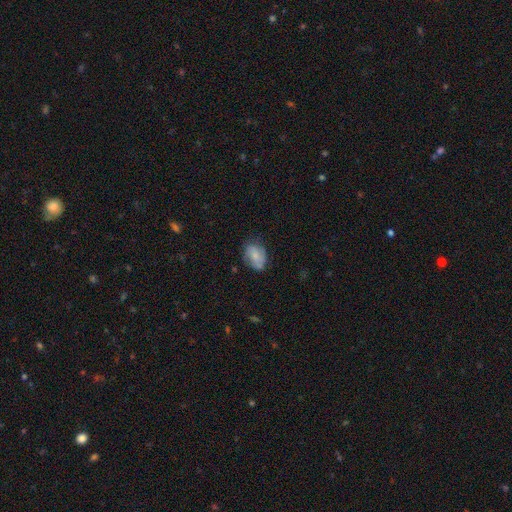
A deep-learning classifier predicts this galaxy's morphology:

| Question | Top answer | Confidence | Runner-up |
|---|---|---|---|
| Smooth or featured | smooth | 63% | featured or disk (30%) |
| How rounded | in between | 76% | round (23%) |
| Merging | none | 62% | minor disturbance (27%) |